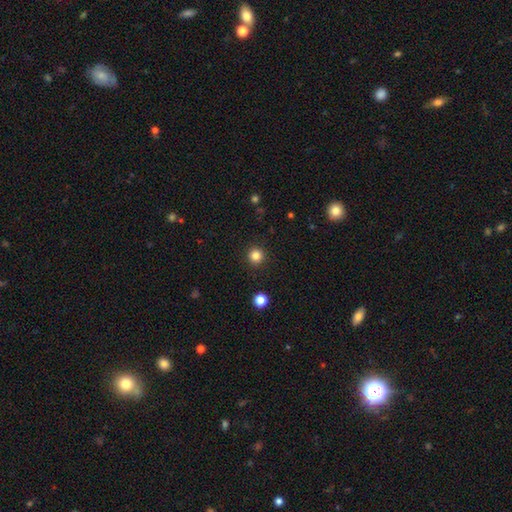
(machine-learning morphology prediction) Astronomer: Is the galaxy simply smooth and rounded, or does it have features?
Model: smooth — 83%.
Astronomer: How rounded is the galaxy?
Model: round — 95%.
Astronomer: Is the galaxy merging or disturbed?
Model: none — 92%.